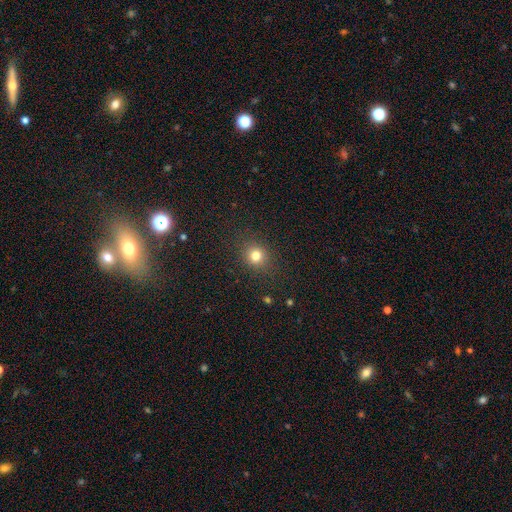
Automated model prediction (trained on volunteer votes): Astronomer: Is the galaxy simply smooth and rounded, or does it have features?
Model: smooth — 79%.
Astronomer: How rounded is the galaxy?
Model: round — 83%.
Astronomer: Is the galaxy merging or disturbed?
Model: none — 87%.